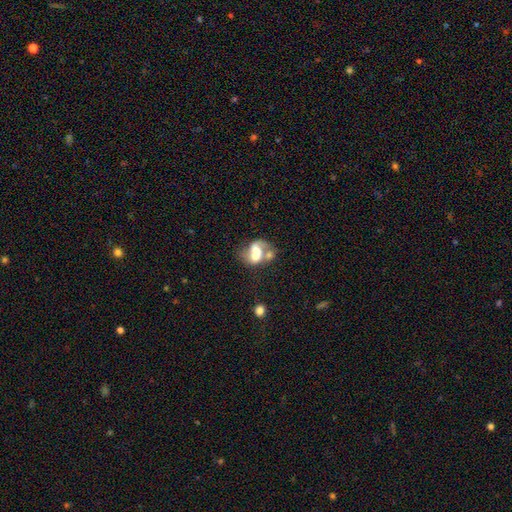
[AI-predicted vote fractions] The model was most divided on "bulge size": moderate: 35%, large: 29%, small: 16%, none: 14%, dominant: 7%. Remaining: edge-on disk — no (97%); spiral arms — yes (64%); smooth or featured — featured or disk (56%); bar — no (49%); merging — merger (45%).